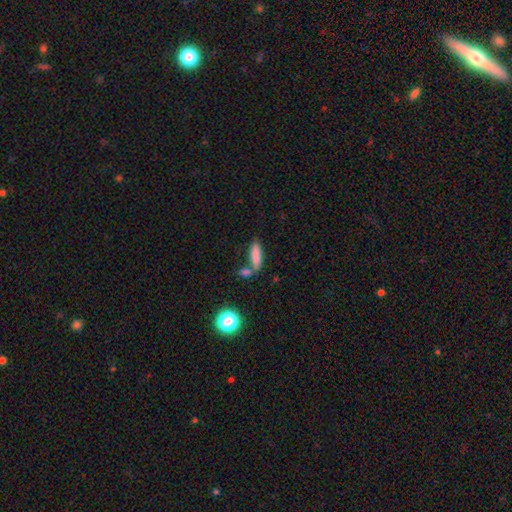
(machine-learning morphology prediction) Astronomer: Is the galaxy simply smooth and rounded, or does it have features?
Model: smooth — 82%.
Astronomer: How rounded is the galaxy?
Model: cigar-shaped — 57% (runner-up: in between, 40%).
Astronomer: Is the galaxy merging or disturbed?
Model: none — 56%.